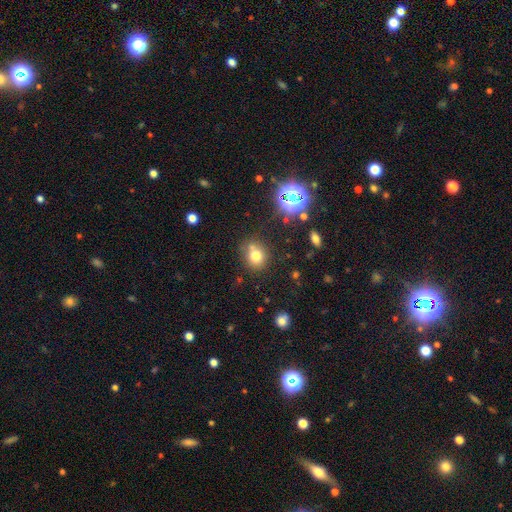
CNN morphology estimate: This appears to be a smooth galaxy with no disk features (73%) that is round (68%). Merging: none (66%).